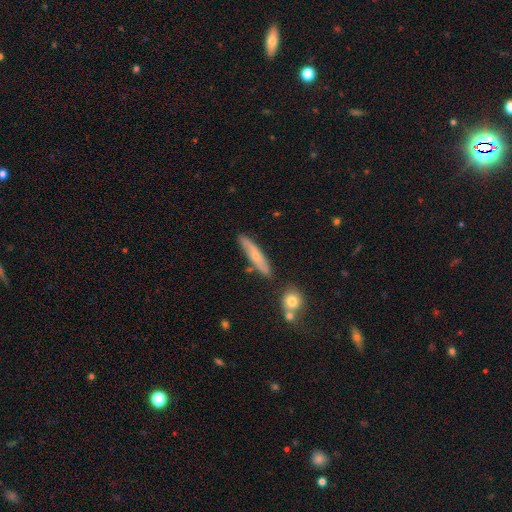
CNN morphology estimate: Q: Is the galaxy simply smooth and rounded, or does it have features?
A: smooth — 51%.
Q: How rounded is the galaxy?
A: cigar-shaped — 84%.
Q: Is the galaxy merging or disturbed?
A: none — 77%.